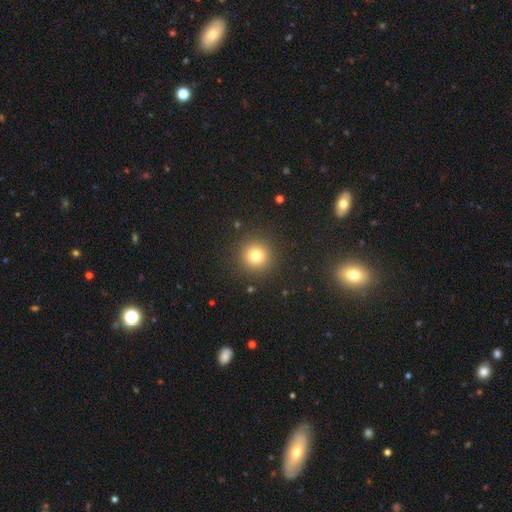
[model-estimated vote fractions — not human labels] The model was most divided on "smooth or featured": smooth: 78%, star or artifact: 14%, featured or disk: 8%. More confident: how rounded — round (95%); merging — none (91%).